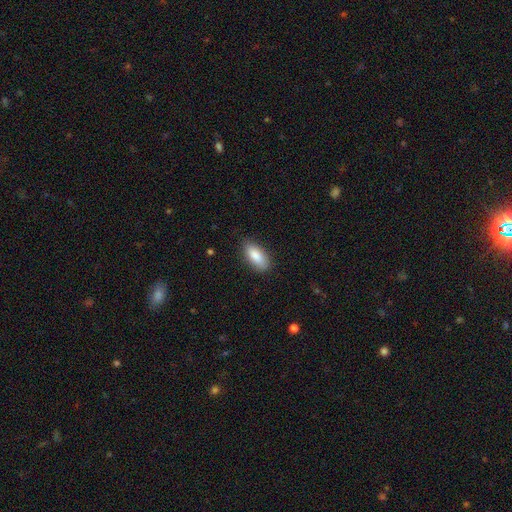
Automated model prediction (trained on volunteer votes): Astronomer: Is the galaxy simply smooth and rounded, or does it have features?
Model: smooth — 87%.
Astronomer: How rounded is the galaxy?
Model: in between — 85%.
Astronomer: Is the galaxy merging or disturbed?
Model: none — 84%.